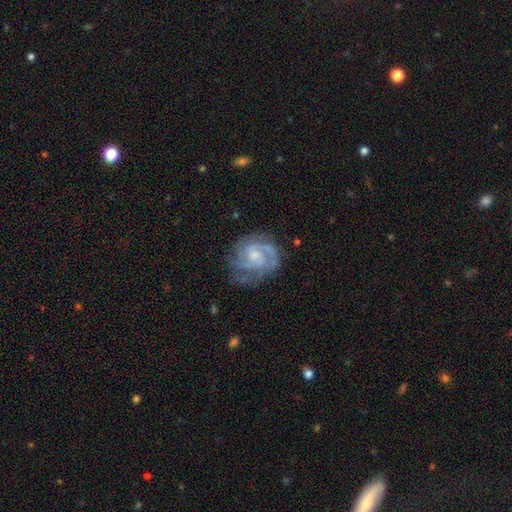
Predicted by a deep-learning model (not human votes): The model was most divided on "spiral arm count": 2: 35%, 3: 28%, can't tell: 21%, 4: 6%, 1: 5%, more than 4: 4%. Remaining: edge-on disk — no (98%); spiral arms — yes (95%); smooth or featured — featured or disk (83%); merging — none (67%); bar — no (57%); spiral winding — tight (50%); bulge size — small (47%).